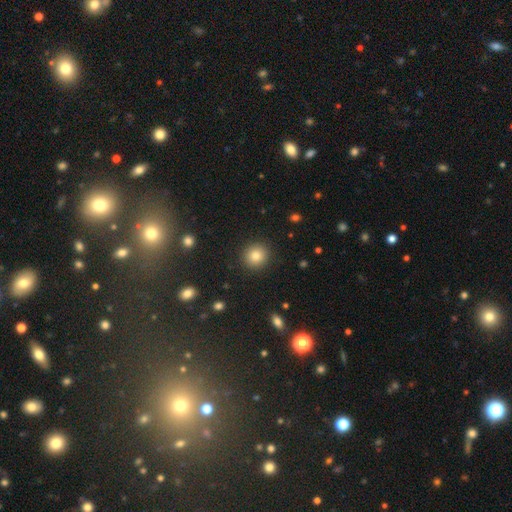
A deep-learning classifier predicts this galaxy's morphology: The model was most divided on "smooth or featured": smooth: 84%, star or artifact: 11%, featured or disk: 6%. More confident: merging — none (91%); how rounded — round (90%).